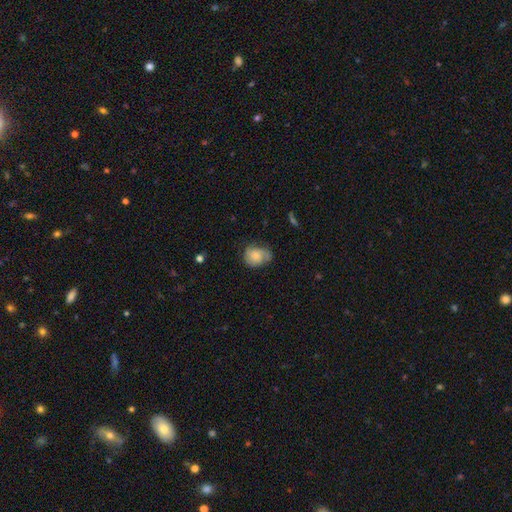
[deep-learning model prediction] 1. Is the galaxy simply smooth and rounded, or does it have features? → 57% smooth, 35% featured or disk, 8% star or artifact.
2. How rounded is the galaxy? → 56% round, 43% in between, 1% cigar-shaped.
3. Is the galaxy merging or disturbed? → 49% none, 35% minor disturbance, 13% major disturbance, 3% merger.